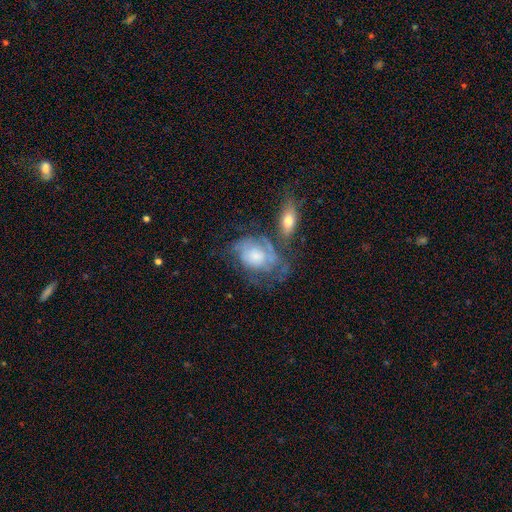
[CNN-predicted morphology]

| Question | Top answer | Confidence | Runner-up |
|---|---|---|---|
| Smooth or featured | featured or disk | 57% | smooth (35%) |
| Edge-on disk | no | 95% | yes (5%) |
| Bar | no | 80% | weak (17%) |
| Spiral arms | yes | 66% | no (34%) |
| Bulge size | moderate | 36% | small (33%) |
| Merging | none | 34% | major disturbance (24%) |